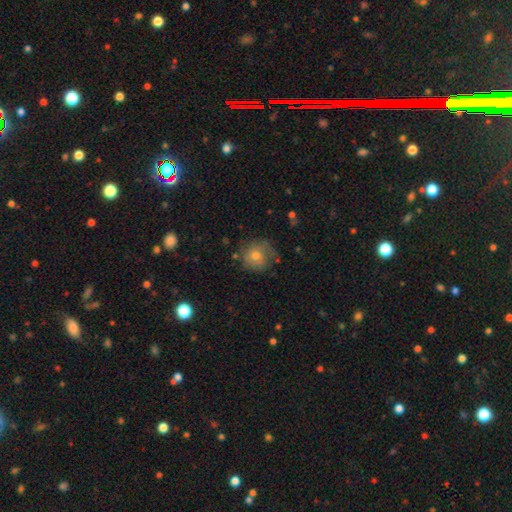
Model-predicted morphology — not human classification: Smooth or featured?
  - smooth: 66% *
  - featured or disk: 25%
  - star or artifact: 9%
How rounded?
  - round: 87% *
  - in between: 12%
  - cigar-shaped: 1%
Merging?
  - none: 64% *
  - minor disturbance: 24%
  - major disturbance: 10%
  - merger: 3%